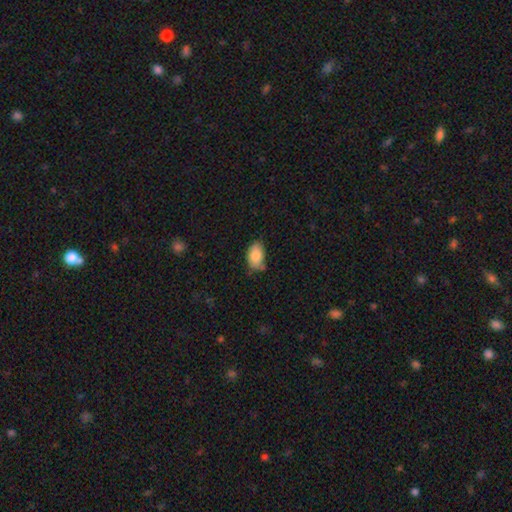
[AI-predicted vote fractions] Smooth or featured? Predicted: smooth (p=0.84). How rounded? Predicted: in between (p=0.91). Merging? Predicted: none (p=0.62).